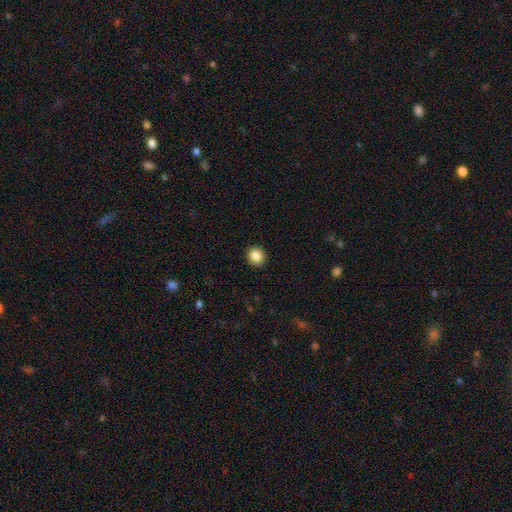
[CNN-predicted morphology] Smooth or featured: smooth — 87% (star or artifact — 9%)
How rounded: round — 83% (in between — 16%)
Merging: none — 91% (minor disturbance — 6%)